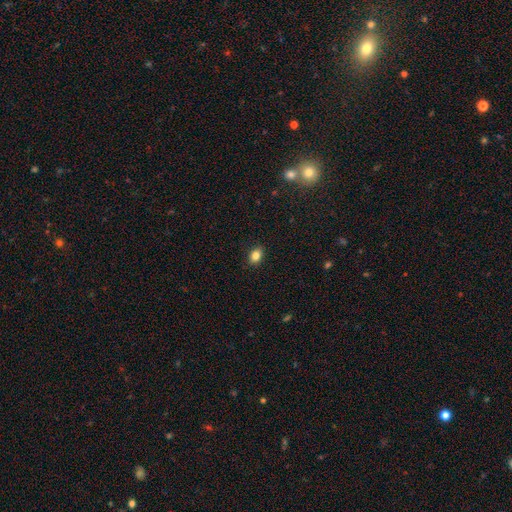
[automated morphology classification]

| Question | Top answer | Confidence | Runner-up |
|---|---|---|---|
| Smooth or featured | smooth | 84% | star or artifact (10%) |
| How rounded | in between | 73% | round (26%) |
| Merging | none | 89% | minor disturbance (8%) |